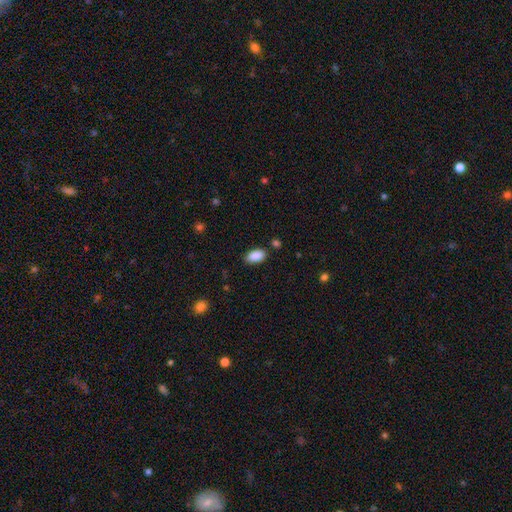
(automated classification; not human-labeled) Smooth or featured?
  - smooth: 90% *
  - star or artifact: 7%
  - featured or disk: 3%
How rounded?
  - in between: 93% *
  - round: 4%
  - cigar-shaped: 3%
Merging?
  - none: 84% *
  - minor disturbance: 12%
  - major disturbance: 3%
  - merger: 2%